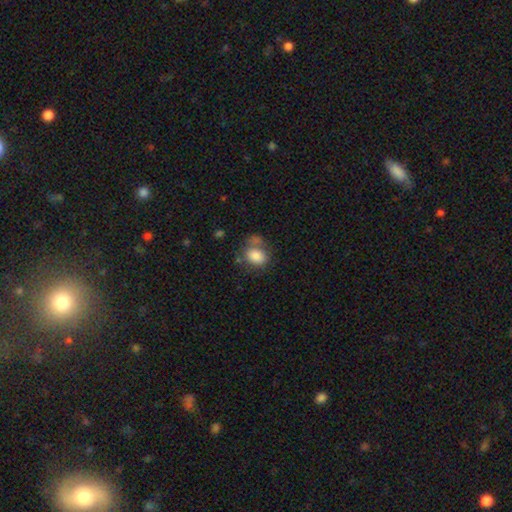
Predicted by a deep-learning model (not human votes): Q: Smooth or featured?
A: smooth (83%); runner-up: featured or disk (9%)
Q: How rounded?
A: in between (60%); runner-up: round (39%)
Q: Merging?
A: none (49%); runner-up: merger (23%)